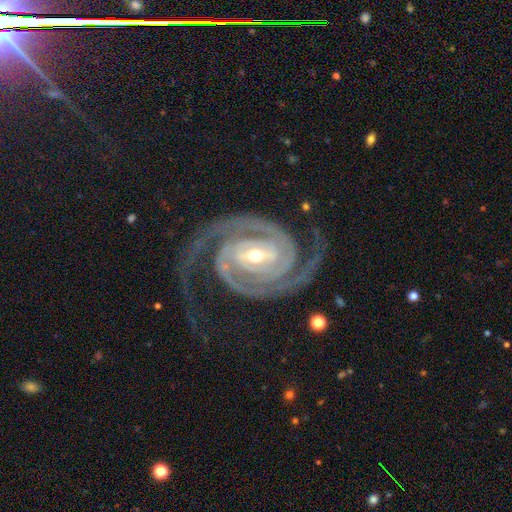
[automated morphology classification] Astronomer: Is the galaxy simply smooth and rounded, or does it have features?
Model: featured or disk — 94%.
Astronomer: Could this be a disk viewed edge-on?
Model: no — 98%.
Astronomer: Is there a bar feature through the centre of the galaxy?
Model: strong — 43% (runner-up: weak, 38%).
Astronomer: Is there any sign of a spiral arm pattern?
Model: yes — 99%.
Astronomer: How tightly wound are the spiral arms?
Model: tight — 64%.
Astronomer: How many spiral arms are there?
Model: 2 — 86%.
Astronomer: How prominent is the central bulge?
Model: moderate — 59% (runner-up: small, 37%).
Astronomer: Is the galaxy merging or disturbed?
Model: none — 76%.